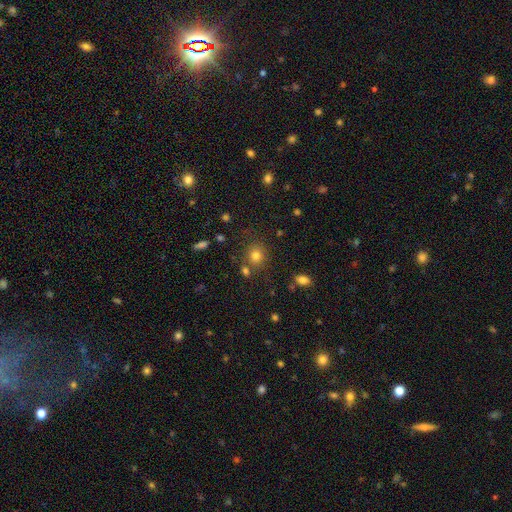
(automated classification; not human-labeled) smooth 78%, star or artifact 14%, featured or disk 8%. Down the decision tree: how rounded — round (80%); merging — none (74%).